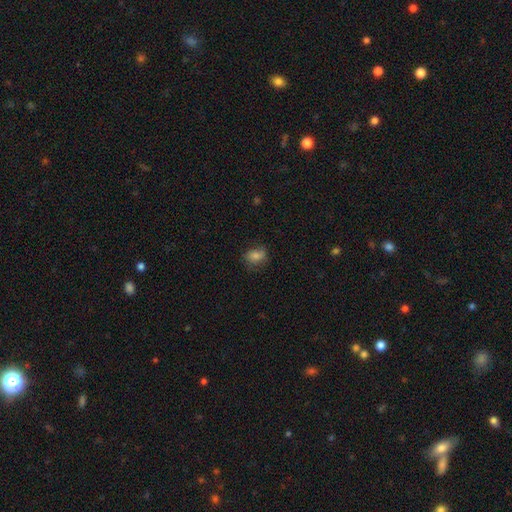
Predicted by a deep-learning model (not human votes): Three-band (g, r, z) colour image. It shows a smooth galaxy with no disk features (77%) that is in between round and cigar-shaped (66%). Merging: none (67%).